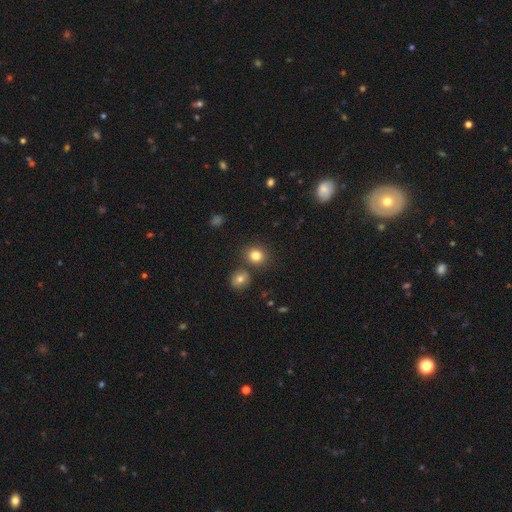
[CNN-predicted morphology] Overall: smooth (82%). How rounded: round (78%). Merging: none (77%).